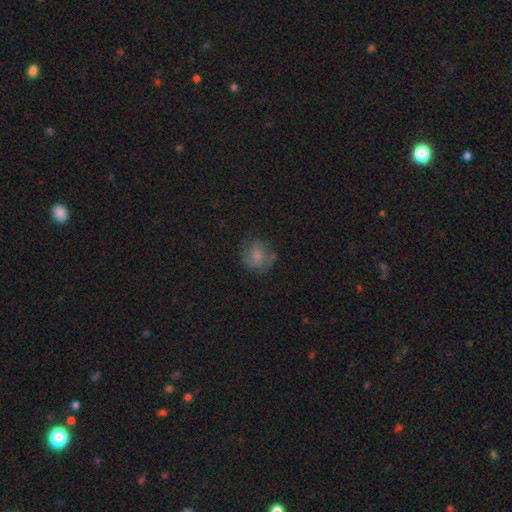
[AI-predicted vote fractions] smooth-or-featured: smooth: 49% | featured or disk: 33% | star or artifact: 18%
  merging: none: 73% | minor disturbance: 18% | major disturbance: 8% | merger: 2%